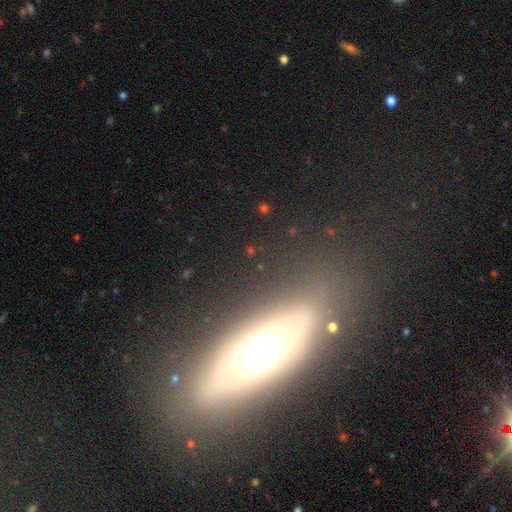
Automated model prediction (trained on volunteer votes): smooth_or_featured: featured or disk (p=0.58) [alt: smooth p=0.31]
disk_edge_on: no (p=0.56) [alt: yes p=0.44]
merging: none (p=0.79) [alt: minor disturbance p=0.12]